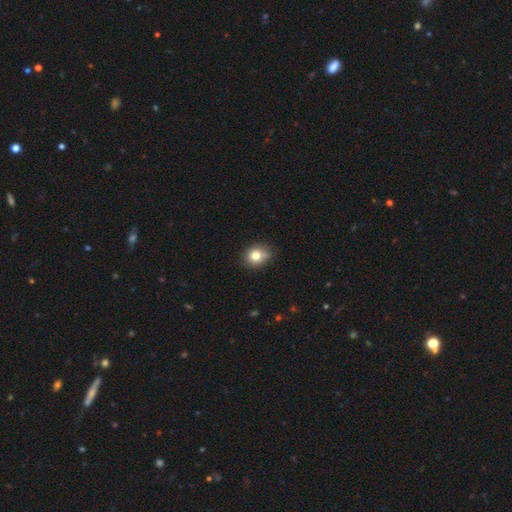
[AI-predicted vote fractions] A smooth galaxy with no disk features (80%) that is round (65%).

Vote fractions:
- Smooth or featured? smooth: 80% / star or artifact: 11% / featured or disk: 9%
- How rounded? round: 65% / in between: 34% / cigar-shaped: 1%
- Merging? none: 79% / minor disturbance: 16% / major disturbance: 3% / merger: 2%